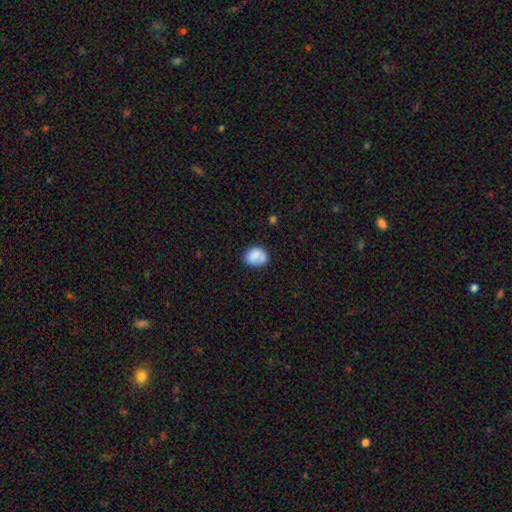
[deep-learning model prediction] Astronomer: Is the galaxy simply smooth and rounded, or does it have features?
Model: smooth — 81%.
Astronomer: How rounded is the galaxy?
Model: round — 51% (runner-up: in between, 48%).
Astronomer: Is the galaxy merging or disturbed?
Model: none — 62%.